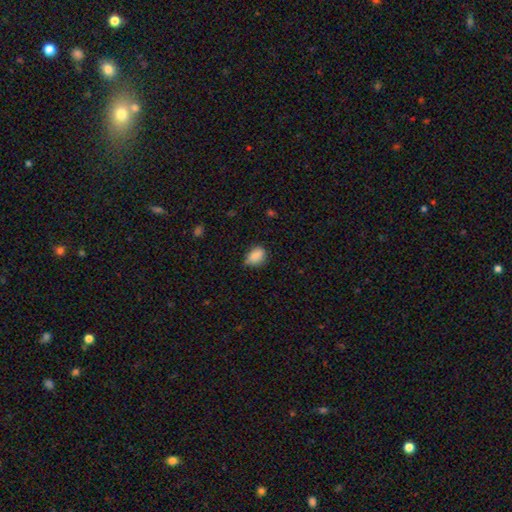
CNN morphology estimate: A smooth galaxy with no disk features (85%) that is in between round and cigar-shaped (70%). Merging: none (54%).